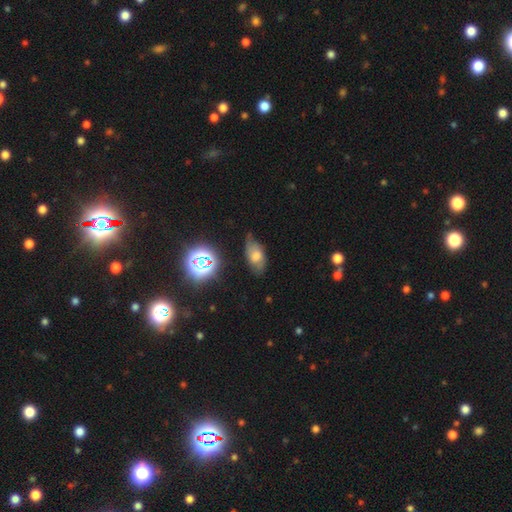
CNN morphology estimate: smooth 46%, featured or disk 34%, star or artifact 20%. Down the decision tree: merging — none (61%).